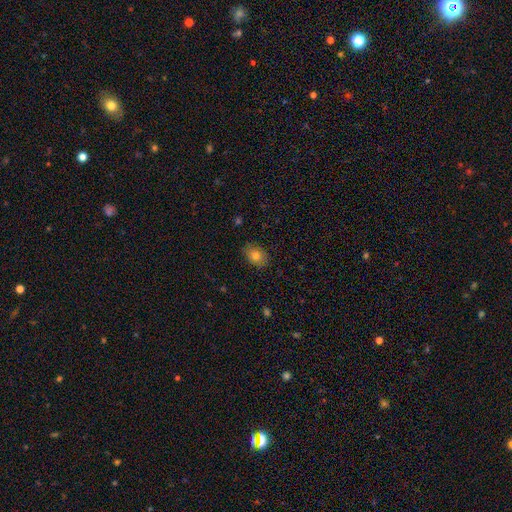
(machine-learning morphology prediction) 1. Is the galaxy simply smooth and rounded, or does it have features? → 81% smooth, 10% featured or disk, 9% star or artifact.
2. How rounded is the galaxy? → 74% in between, 25% round, 1% cigar-shaped.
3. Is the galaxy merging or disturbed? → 85% none, 12% minor disturbance, 2% major disturbance, 1% merger.